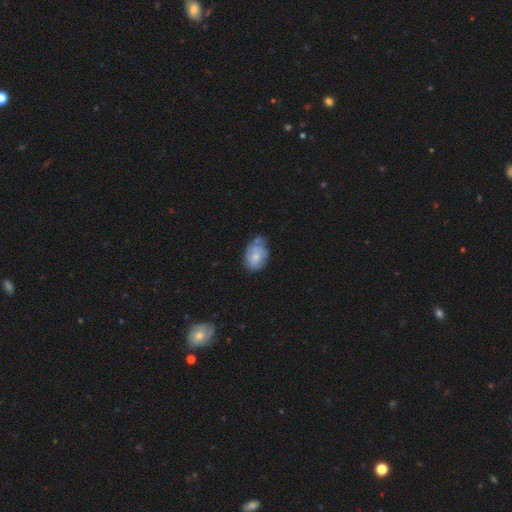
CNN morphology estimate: Smooth or featured? smooth (62%)
How rounded? in between (84%)
Merging? none (46%)